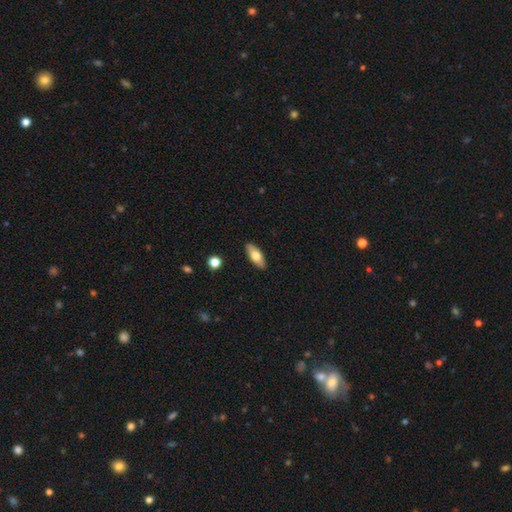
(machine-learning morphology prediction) smooth_or_featured: smooth (p=0.66) [alt: featured or disk p=0.28]
how_rounded: in between (p=0.75) [alt: cigar-shaped p=0.22]
merging: none (p=0.89) [alt: minor disturbance p=0.08]